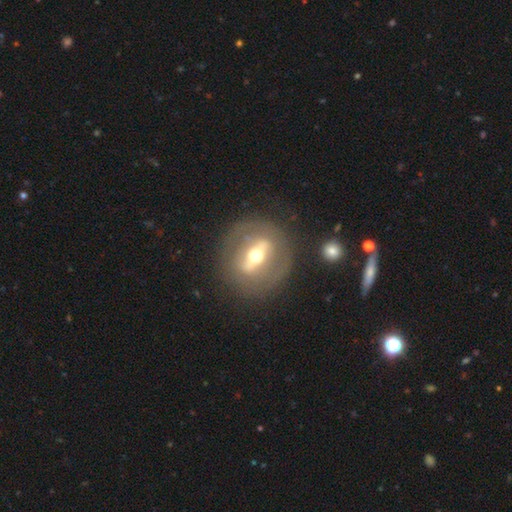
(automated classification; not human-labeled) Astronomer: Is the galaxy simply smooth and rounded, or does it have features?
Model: featured or disk — 71%.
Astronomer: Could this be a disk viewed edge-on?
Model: no — 75%.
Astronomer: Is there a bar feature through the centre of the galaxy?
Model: strong — 69%.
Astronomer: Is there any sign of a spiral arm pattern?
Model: no — 80%.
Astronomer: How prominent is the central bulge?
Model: moderate — 69%.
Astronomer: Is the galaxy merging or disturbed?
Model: none — 81%.